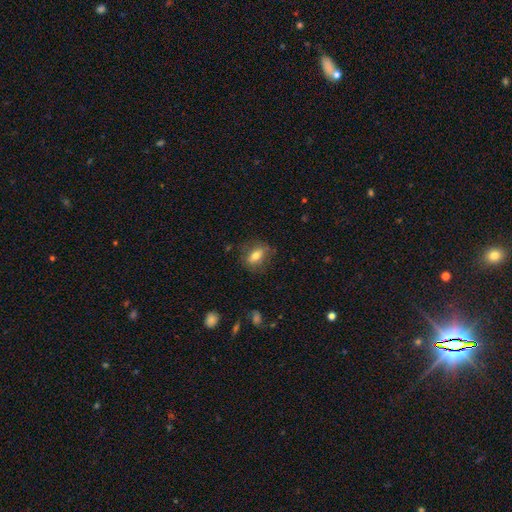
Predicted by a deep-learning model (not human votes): smooth_or_featured: smooth (p=0.66) [alt: featured or disk p=0.25]
how_rounded: in between (p=0.75) [alt: round p=0.18]
merging: none (p=0.72) [alt: minor disturbance p=0.19]